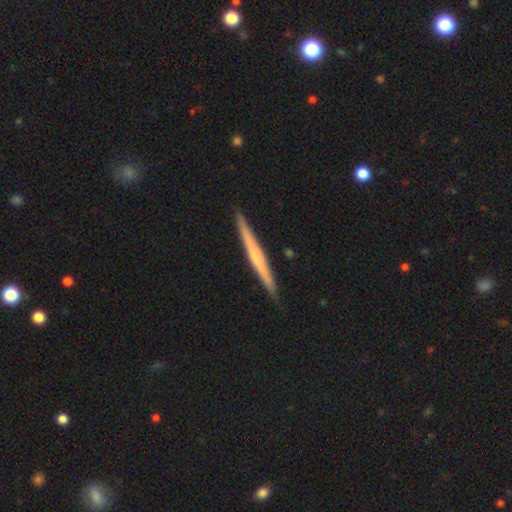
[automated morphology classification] Smooth or featured?
  - featured or disk: 54% *
  - smooth: 41%
  - star or artifact: 5%
Edge-on disk?
  - yes: 98% *
  - no: 2%
Edge-on bulge?
  - none: 67% *
  - rounded: 24%
  - boxy: 9%
Merging?
  - none: 91% *
  - minor disturbance: 7%
  - major disturbance: 1%
  - merger: 1%